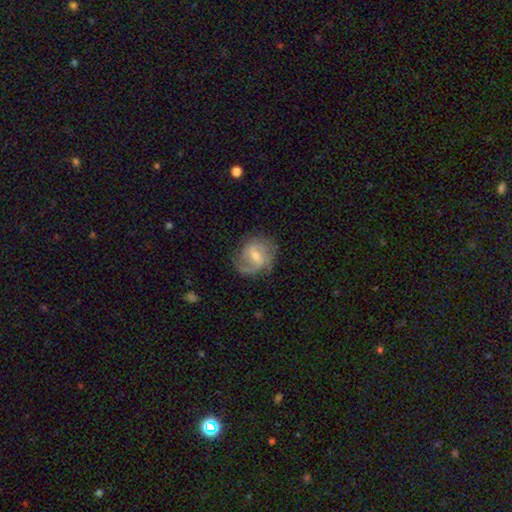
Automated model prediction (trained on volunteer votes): Morphology: type=featured or disk (76%); edge-on=no (97%); bar=weak (57%); spiral arms=yes (91%); winding=medium (46%); arm count=2 (57%); bulge=moderate (50%); merging=none (67%).